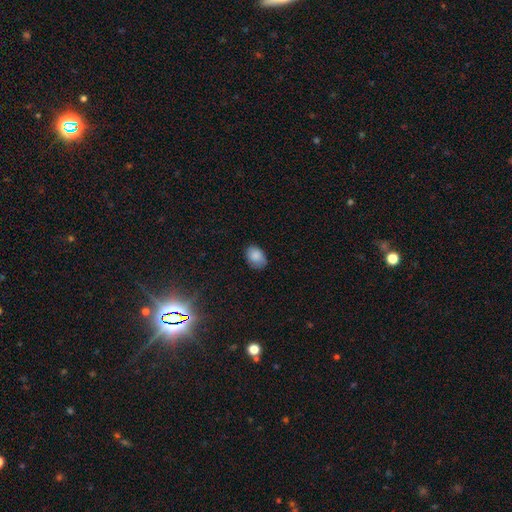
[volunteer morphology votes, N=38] A smooth galaxy with no disk features (87%) that is in between round and cigar-shaped (94%).

Vote fractions:
- Smooth or featured? smooth: 87% / featured or disk: 8% / star or artifact: 5%
- How rounded? in between: 94% / round: 6% / cigar-shaped: 0%
- Merging? none: 72% / minor disturbance: 28% / major disturbance: 0% / merger: 0%